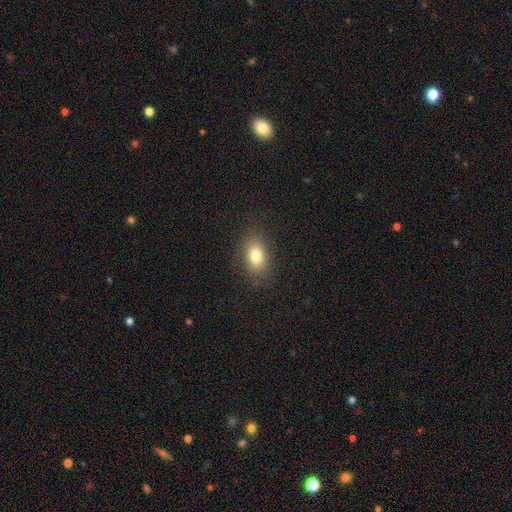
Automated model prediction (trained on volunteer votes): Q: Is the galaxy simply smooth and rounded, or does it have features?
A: smooth — 80%.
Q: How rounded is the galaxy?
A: in between — 82%.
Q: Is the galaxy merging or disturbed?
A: none — 84%.